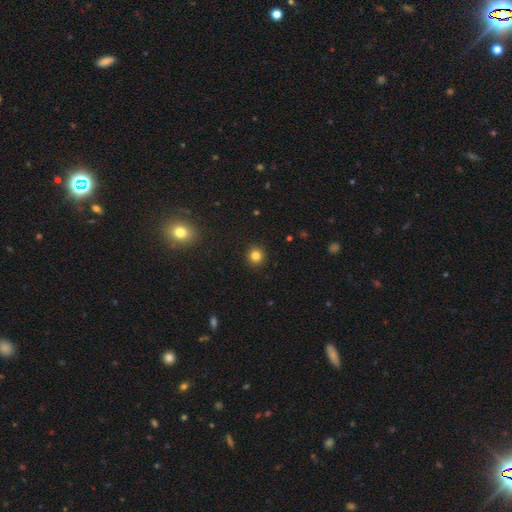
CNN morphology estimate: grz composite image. It shows a smooth galaxy with no disk features (82%) that is round (94%). Merging: none (93%).